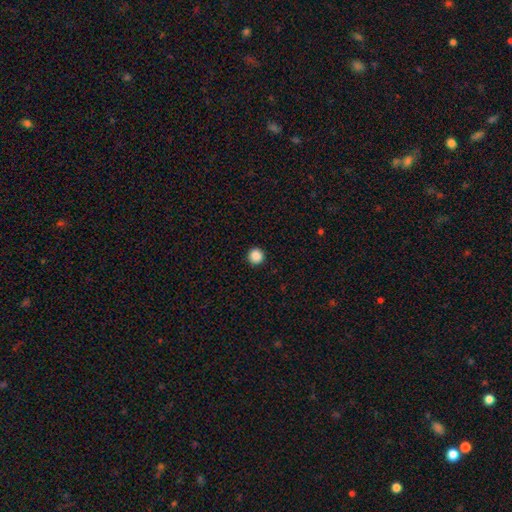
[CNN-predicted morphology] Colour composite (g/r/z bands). It shows a smooth galaxy with no disk features (88%) that is round (96%). Merging: none (93%).